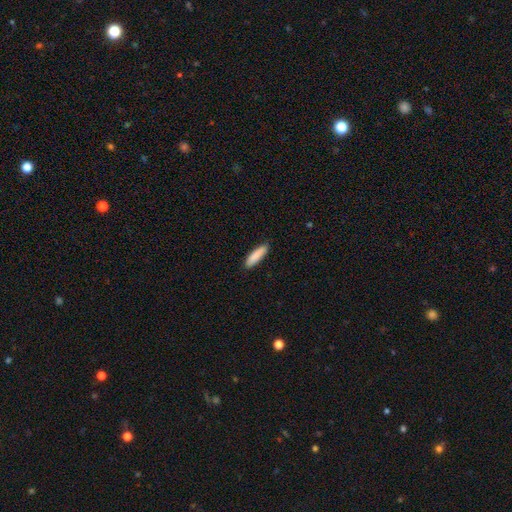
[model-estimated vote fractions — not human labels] Smooth or featured? Predicted: smooth (p=0.88). How rounded? Predicted: cigar-shaped (p=0.69). Merging? Predicted: none (p=0.89).